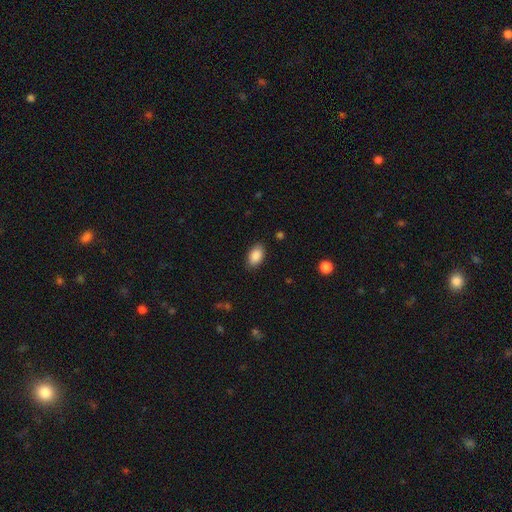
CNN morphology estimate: This appears to be a smooth galaxy with no disk features (89%) that is in between round and cigar-shaped (93%). Merging: none (87%).